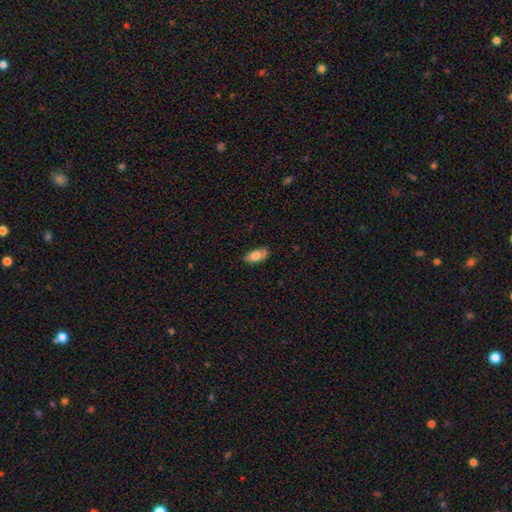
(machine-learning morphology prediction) smooth 78%, featured or disk 15%, star or artifact 7%. Down the decision tree: how rounded — in between (89%); merging — none (81%).